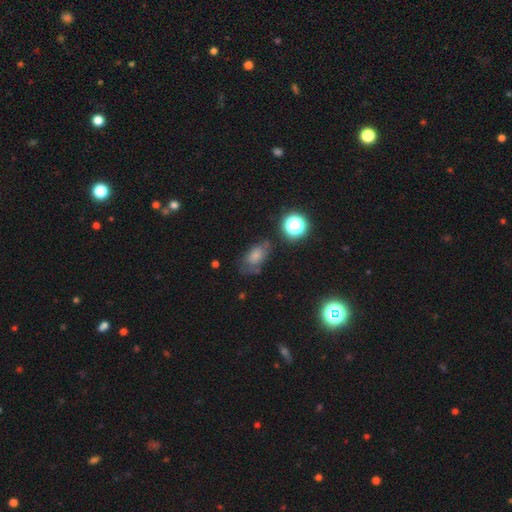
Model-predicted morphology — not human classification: Overall: smooth (67%). How rounded: in between (85%). Merging: none (57%; minor disturbance 27%).